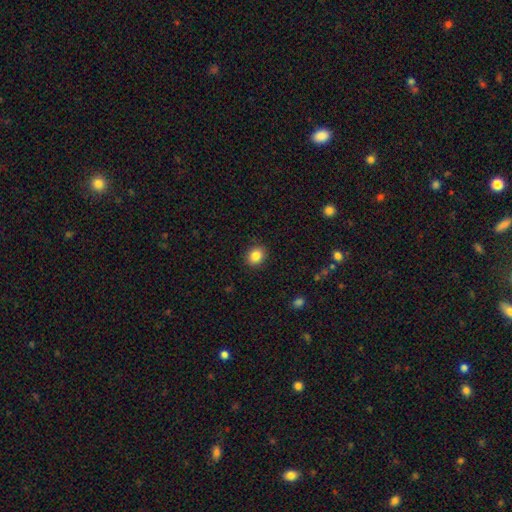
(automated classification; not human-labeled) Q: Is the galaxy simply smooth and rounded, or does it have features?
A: smooth — 85%.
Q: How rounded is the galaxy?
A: round — 65%.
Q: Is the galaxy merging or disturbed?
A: none — 90%.